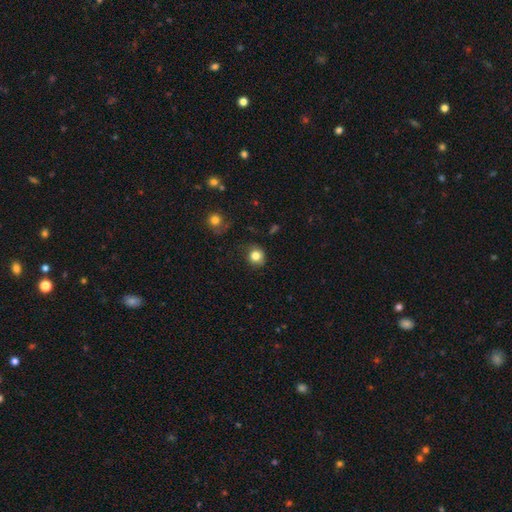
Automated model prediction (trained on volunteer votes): The model was most divided on "merging": none: 78%, minor disturbance: 16%, major disturbance: 5%, merger: 2%. More confident: smooth or featured — smooth (83%); how rounded — round (83%).